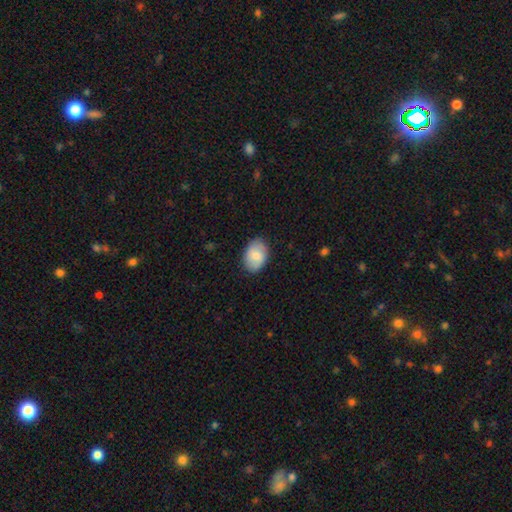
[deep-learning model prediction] smooth_or_featured: smooth (p=0.73) [alt: featured or disk p=0.21]
how_rounded: in between (p=0.76) [alt: round p=0.23]
merging: none (p=0.84) [alt: minor disturbance p=0.13]